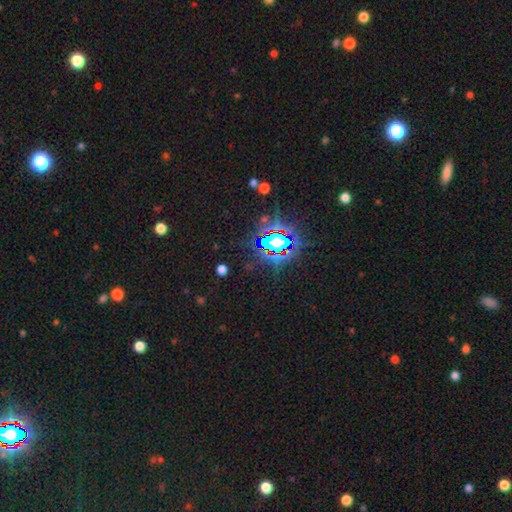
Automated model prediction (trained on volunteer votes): star or artifact 83%, smooth 10%, featured or disk 7%.